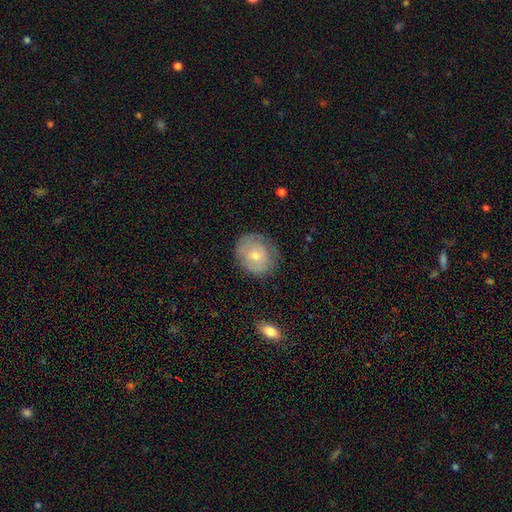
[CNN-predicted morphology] Smooth or featured? Predicted: smooth (p=0.61). How rounded? Predicted: round (p=0.71). Merging? Predicted: none (p=0.73).